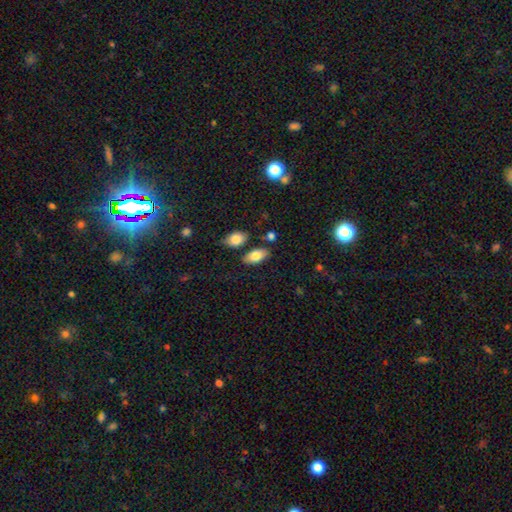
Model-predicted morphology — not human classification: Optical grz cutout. It shows a smooth galaxy with no disk features (81%) that is in between round and cigar-shaped (92%). Merging: none (77%).